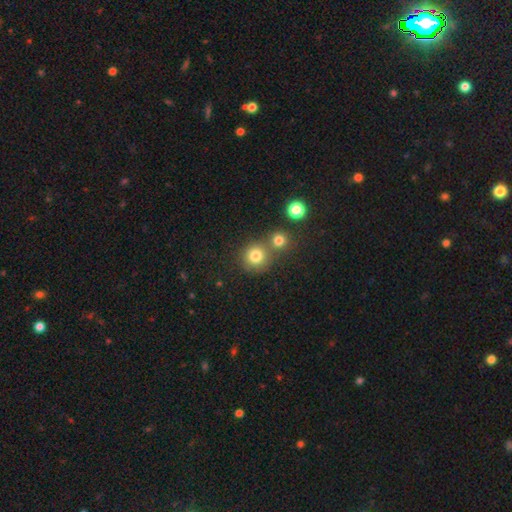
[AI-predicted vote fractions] The model was most divided on "merging": none: 63%, merger: 26%, minor disturbance: 8%, major disturbance: 3%. More confident: how rounded — round (91%); smooth or featured — smooth (80%).